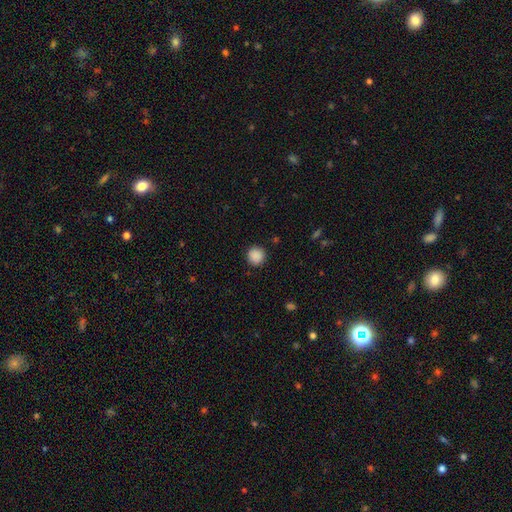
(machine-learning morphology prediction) The model was most divided on "smooth or featured": smooth: 88%, star or artifact: 9%, featured or disk: 3%. More confident: how rounded — round (93%); merging — none (90%).